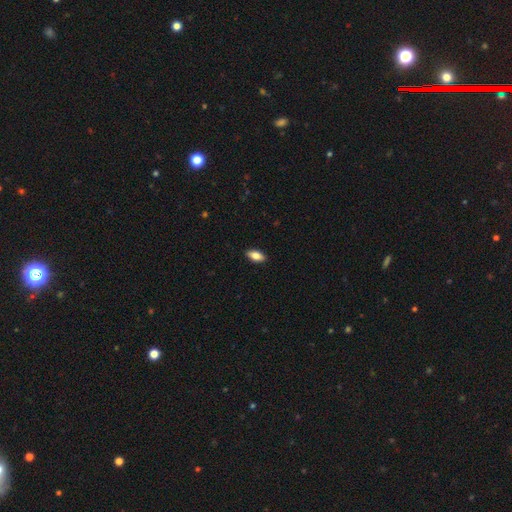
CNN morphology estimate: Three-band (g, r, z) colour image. It shows a smooth galaxy with no disk features (82%) that is in between round and cigar-shaped (88%). Merging: none (89%).